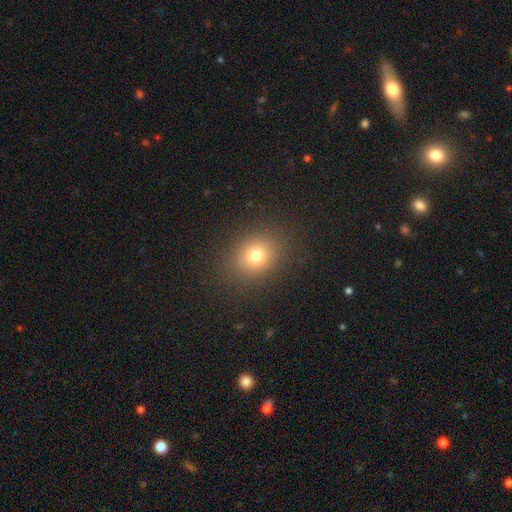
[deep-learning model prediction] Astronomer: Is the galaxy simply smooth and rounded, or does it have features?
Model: smooth — 76%.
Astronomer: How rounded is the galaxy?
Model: round — 60% (runner-up: in between, 39%).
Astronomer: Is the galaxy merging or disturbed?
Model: none — 87%.